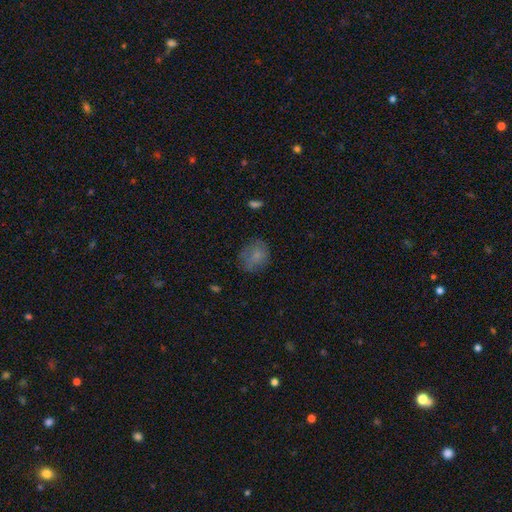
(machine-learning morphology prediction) The model was most divided on "how rounded": round: 64%, in between: 35%, cigar-shaped: 1%. More confident: smooth or featured — smooth (72%); merging — none (67%).